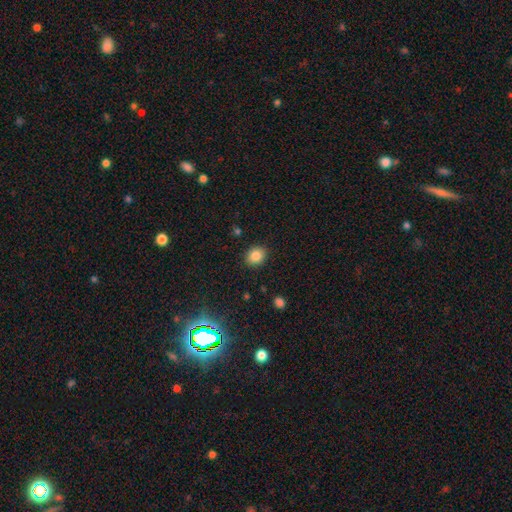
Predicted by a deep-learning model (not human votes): smooth_or_featured: smooth (p=0.84) [alt: star or artifact p=0.11]
how_rounded: round (p=0.60) [alt: in between p=0.39]
merging: none (p=0.89) [alt: minor disturbance p=0.08]